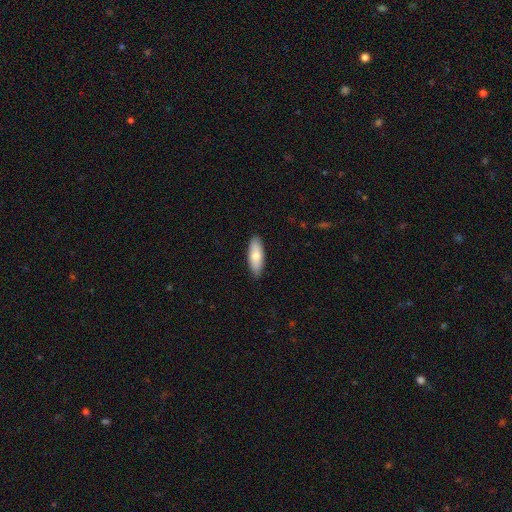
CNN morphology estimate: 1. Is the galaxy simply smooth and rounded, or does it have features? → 77% smooth, 17% featured or disk, 6% star or artifact.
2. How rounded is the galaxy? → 68% in between, 30% cigar-shaped, 2% round.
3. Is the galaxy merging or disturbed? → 88% none, 9% minor disturbance, 2% major disturbance, 1% merger.